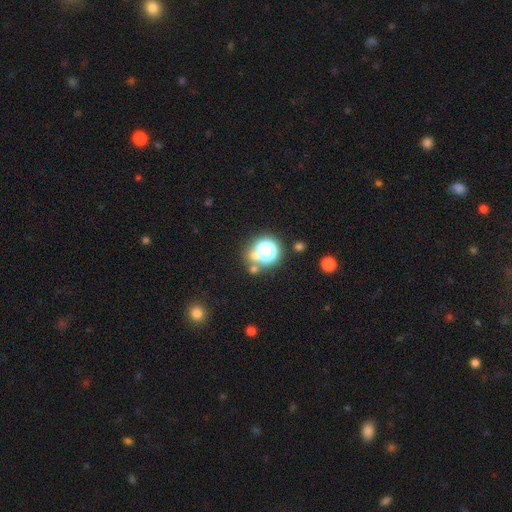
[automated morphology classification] smooth-or-featured: star or artifact: 45% | smooth: 44% | featured or disk: 11%